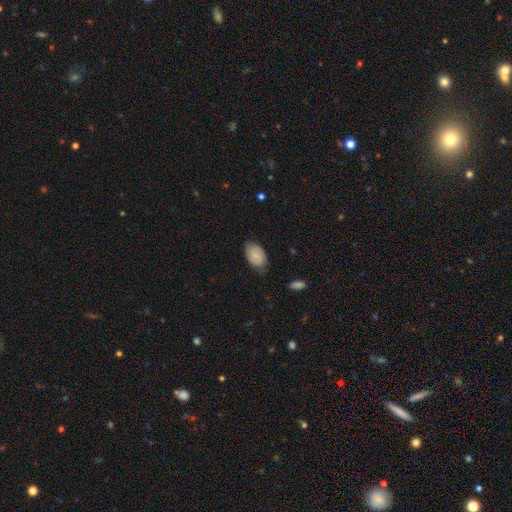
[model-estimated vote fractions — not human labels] This appears to be a smooth galaxy with no disk features (71%) that is in between round and cigar-shaped (90%). Merging: none (73%).